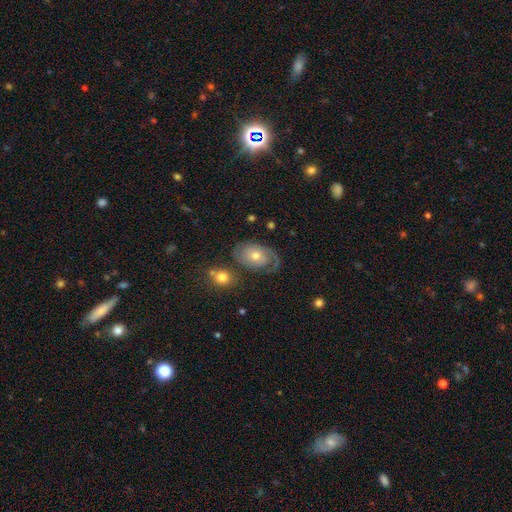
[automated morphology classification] featured or disk 66%, smooth 25%, star or artifact 8%. Down the decision tree: edge-on disk — no (95%); bar — no (82%); spiral arms — yes (82%); spiral arm count — 1 (45%); spiral winding — tight (51%); bulge size — moderate (62%); merging — none (58%).